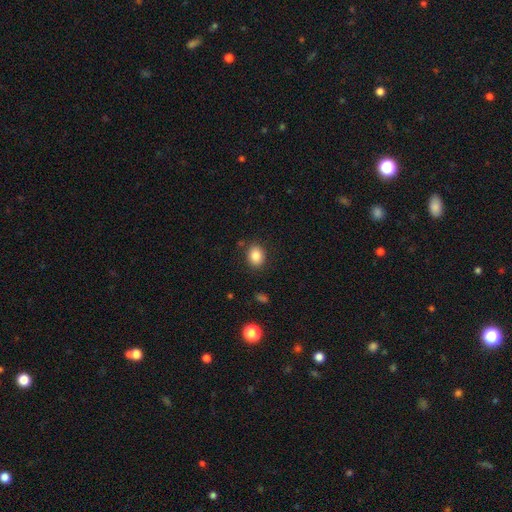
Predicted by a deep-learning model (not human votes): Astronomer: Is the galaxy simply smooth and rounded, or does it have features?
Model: smooth — 85%.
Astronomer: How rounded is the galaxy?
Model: in between — 55% (runner-up: round, 44%).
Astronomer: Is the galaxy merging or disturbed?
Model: none — 85%.